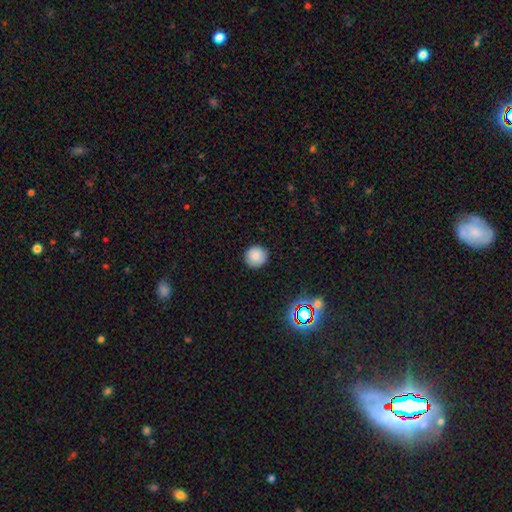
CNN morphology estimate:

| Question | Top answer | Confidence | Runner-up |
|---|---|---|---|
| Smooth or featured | smooth | 84% | star or artifact (11%) |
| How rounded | round | 93% | in between (6%) |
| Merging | none | 91% | minor disturbance (7%) |